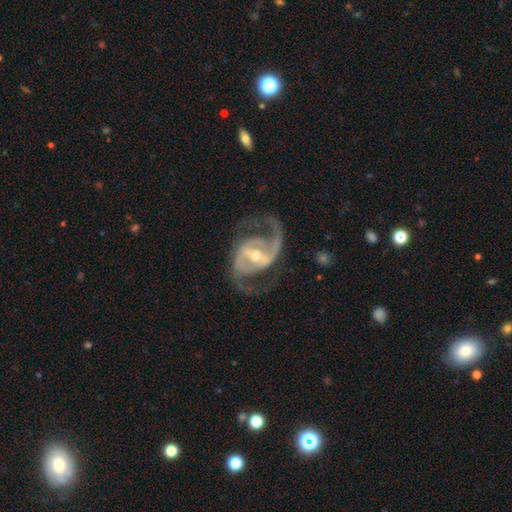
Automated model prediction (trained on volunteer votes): smooth_or_featured: featured or disk (p=0.93) [alt: star or artifact p=0.04]
disk_edge_on: no (p=0.98) [alt: yes p=0.02]
bar: strong (p=0.47) [alt: weak p=0.41]
has_spiral_arms: yes (p=0.98) [alt: no p=0.02]
spiral_winding: medium (p=0.57) [alt: loose p=0.31]
spiral_arm_count: 2 (p=0.93) [alt: can't tell p=0.02]
bulge_size: moderate (p=0.56) [alt: small p=0.39]
merging: none (p=0.75) [alt: minor disturbance p=0.13]